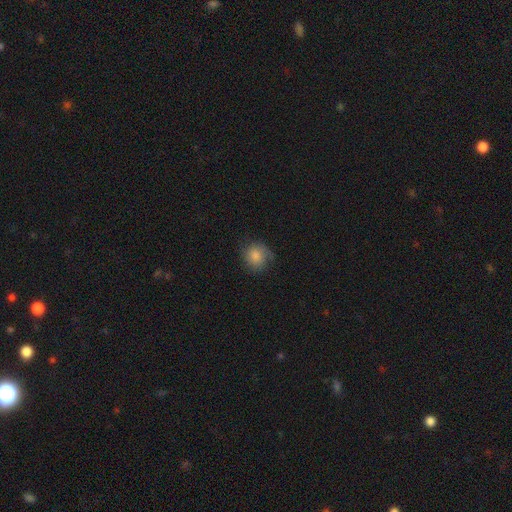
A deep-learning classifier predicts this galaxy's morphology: Smooth or featured? Predicted: smooth (p=0.75). How rounded? Predicted: round (p=0.83). Merging? Predicted: none (p=0.67).